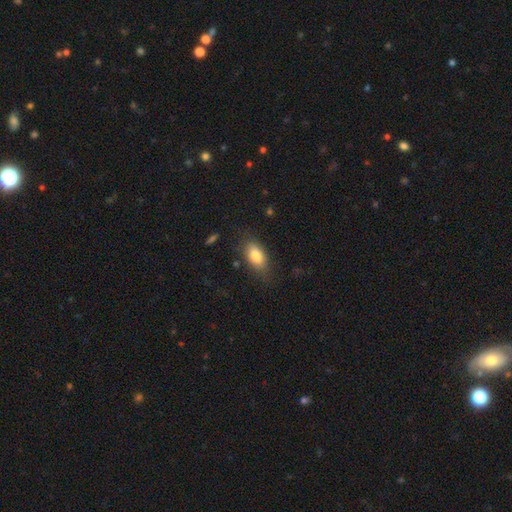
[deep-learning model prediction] This appears to be a smooth galaxy with no disk features (83%) that is in between round and cigar-shaped (89%). Merging: none (78%).